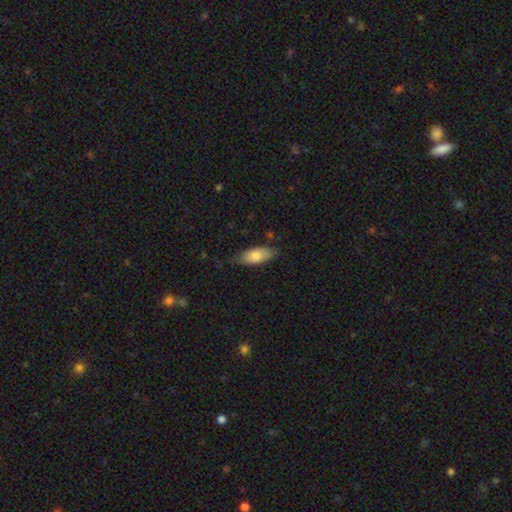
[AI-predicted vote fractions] Morphology: type=smooth (73%); roundness=in between (87%); merging=none (66%).